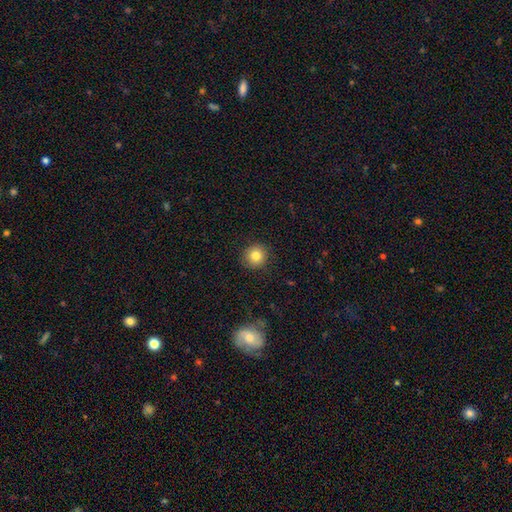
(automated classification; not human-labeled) Smooth or featured: smooth — 81% (star or artifact — 11%)
How rounded: round — 93% (in between — 6%)
Merging: none — 90% (minor disturbance — 6%)